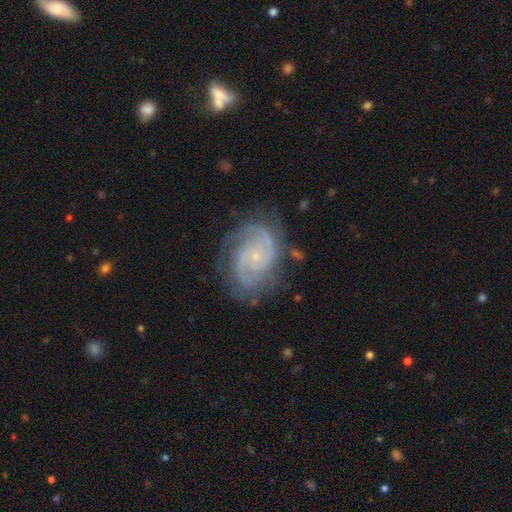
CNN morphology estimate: Q: Smooth or featured?
A: featured or disk (89%); runner-up: smooth (5%)
Q: Edge-on disk?
A: no (98%); runner-up: yes (2%)
Q: Bar?
A: no (68%); runner-up: weak (26%)
Q: Spiral arms?
A: yes (98%); runner-up: no (2%)
Q: Spiral winding?
A: tight (58%); runner-up: medium (36%)
Q: Spiral arm count?
A: 2 (61%); runner-up: 3 (17%)
Q: Bulge size?
A: small (82%); runner-up: moderate (13%)
Q: Merging?
A: none (75%); runner-up: minor disturbance (17%)